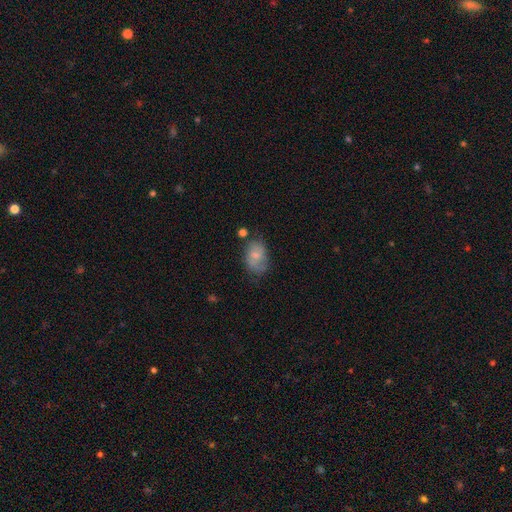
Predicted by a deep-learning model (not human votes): This is likely a smooth galaxy (60%). How rounded: likely in between (79%). Merging: marginally none (45%).